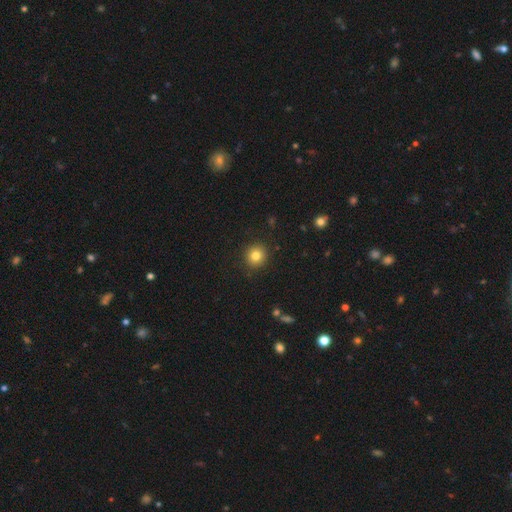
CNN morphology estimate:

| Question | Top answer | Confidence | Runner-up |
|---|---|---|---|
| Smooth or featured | smooth | 82% | star or artifact (11%) |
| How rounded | round | 92% | in between (8%) |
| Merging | none | 91% | minor disturbance (6%) |